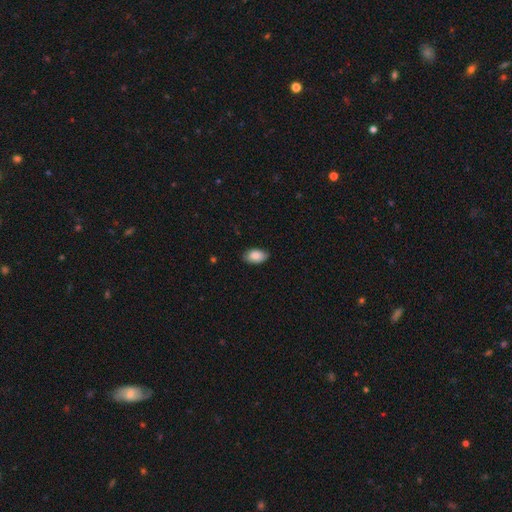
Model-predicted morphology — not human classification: type=smooth (86%); roundness=in between (93%); merging=none (81%).